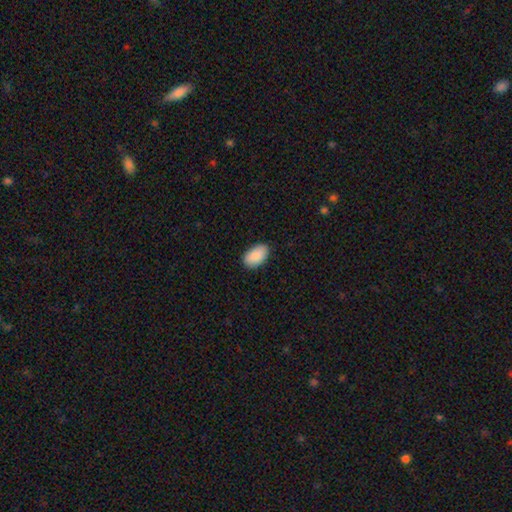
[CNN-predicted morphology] Smooth or featured? smooth (90%)
How rounded? in between (94%)
Merging? none (86%)